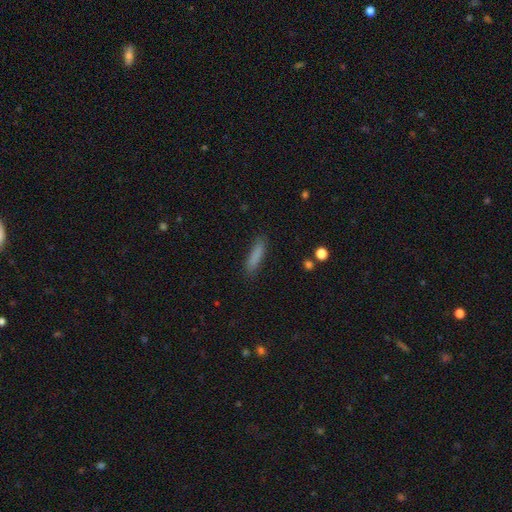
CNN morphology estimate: This appears to be a smooth galaxy with no disk features (83%) that is cigar-shaped (77%). Merging: none (83%).